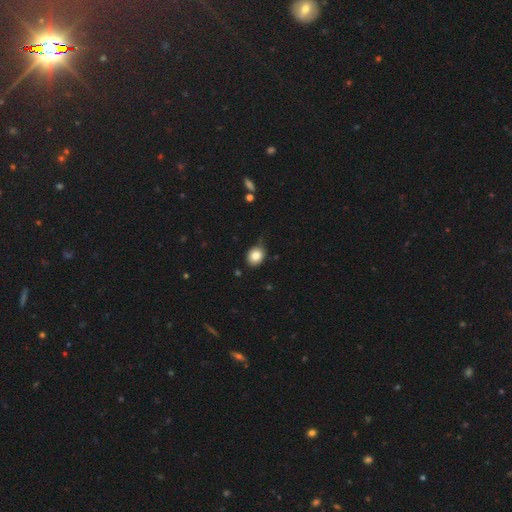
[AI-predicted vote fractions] This is clearly a smooth galaxy (83%). How rounded: possibly round (55%). Merging: likely none (77%).